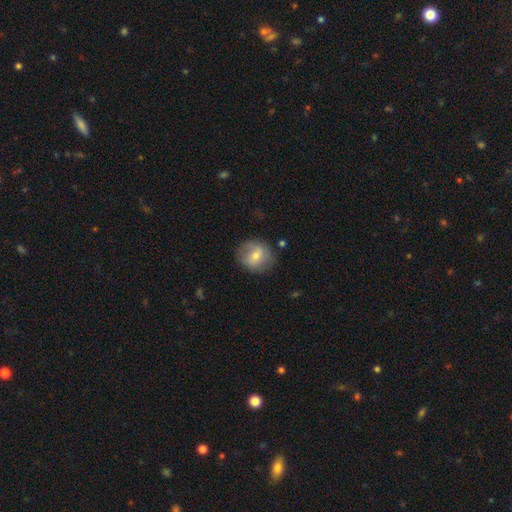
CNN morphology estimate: The model was most divided on "smooth or featured": smooth: 65%, featured or disk: 27%, star or artifact: 8%. More confident: how rounded — round (81%); merging — none (78%).